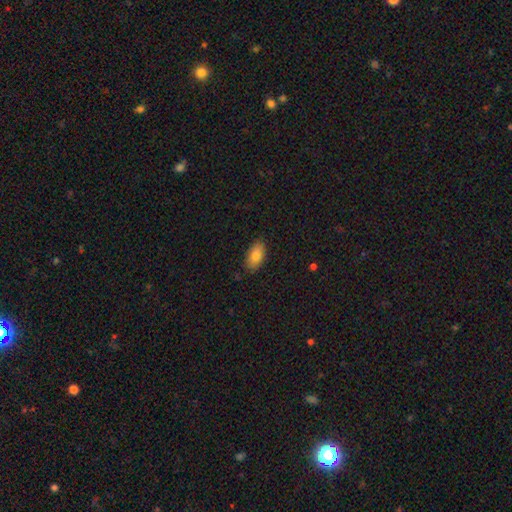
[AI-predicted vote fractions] Smooth or featured? smooth (80%)
How rounded? in between (92%)
Merging? none (86%)